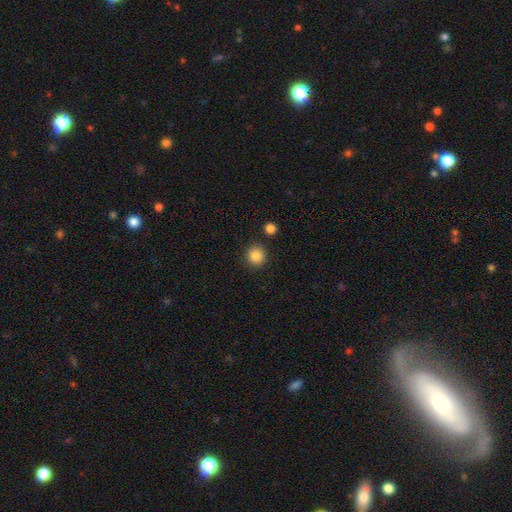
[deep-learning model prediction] smooth 87%, star or artifact 10%, featured or disk 4%. Down the decision tree: how rounded — round (94%); merging — none (89%).